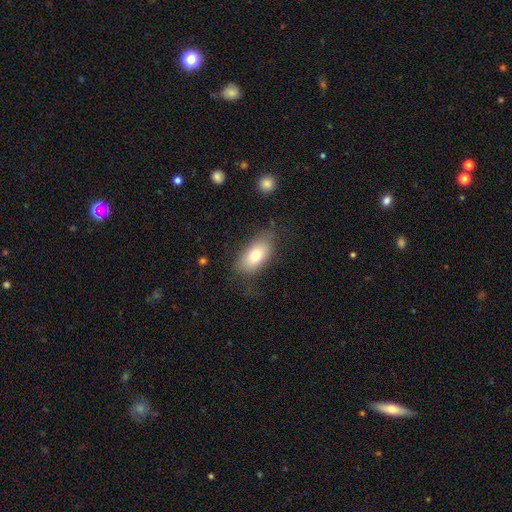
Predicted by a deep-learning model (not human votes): Smooth or featured? Predicted: smooth (p=0.75). How rounded? Predicted: in between (p=0.91). Merging? Predicted: none (p=0.70).